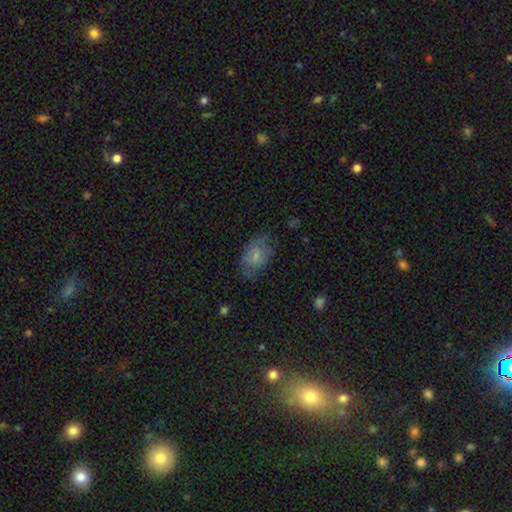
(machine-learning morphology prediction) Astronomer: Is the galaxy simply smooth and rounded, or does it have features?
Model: smooth — 70%.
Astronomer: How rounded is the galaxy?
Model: in between — 87%.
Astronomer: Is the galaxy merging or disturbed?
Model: none — 62%.